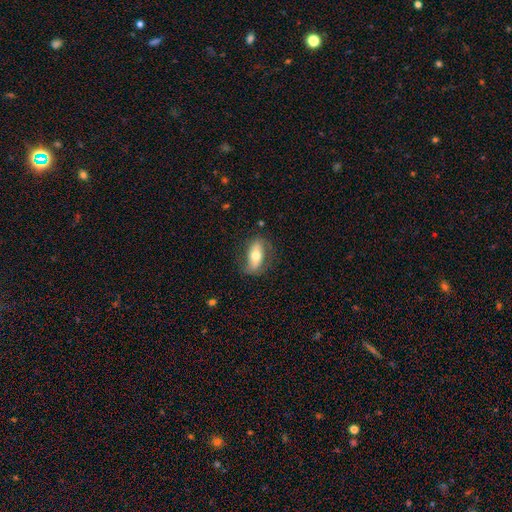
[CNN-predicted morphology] This is possibly a smooth galaxy (51%). How rounded: likely in between (79%). Merging: likely none (71%).